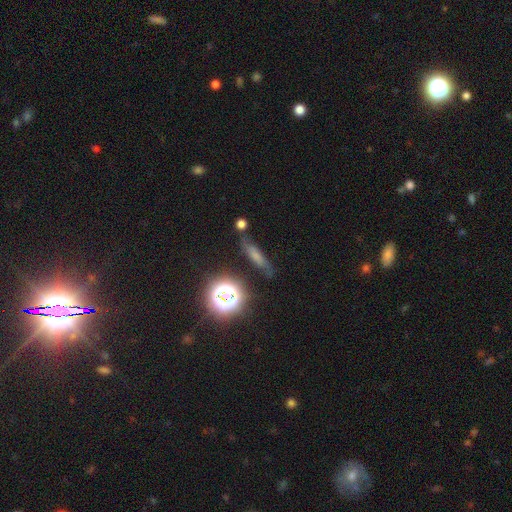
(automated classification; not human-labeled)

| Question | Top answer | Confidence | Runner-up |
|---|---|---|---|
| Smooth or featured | smooth | 57% | featured or disk (21%) |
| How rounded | cigar-shaped | 71% | in between (20%) |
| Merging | none | 70% | minor disturbance (18%) |